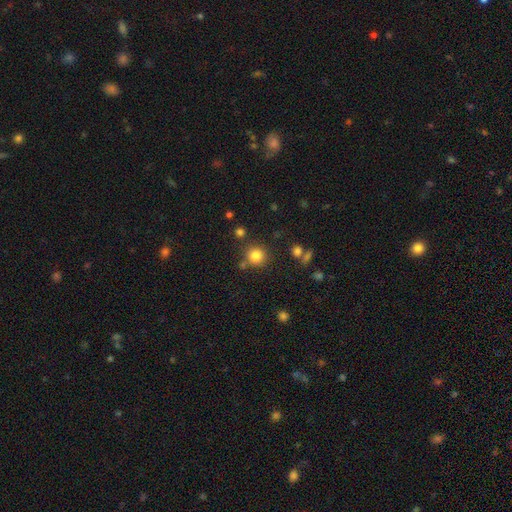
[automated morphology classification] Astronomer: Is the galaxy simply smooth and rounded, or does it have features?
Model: smooth — 82%.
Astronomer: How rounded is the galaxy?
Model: round — 92%.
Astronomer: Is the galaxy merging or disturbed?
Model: none — 78%.